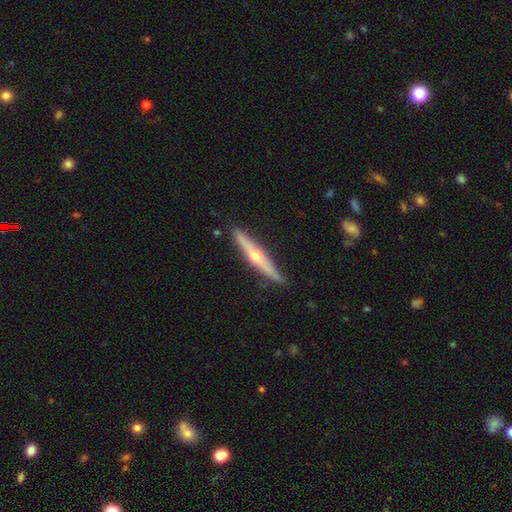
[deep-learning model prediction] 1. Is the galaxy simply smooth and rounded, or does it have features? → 67% featured or disk, 27% smooth, 6% star or artifact.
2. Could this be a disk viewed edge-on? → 96% yes, 4% no.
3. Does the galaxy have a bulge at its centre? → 90% rounded, 8% none, 2% boxy.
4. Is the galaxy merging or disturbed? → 89% none, 9% minor disturbance, 2% major disturbance, 1% merger.